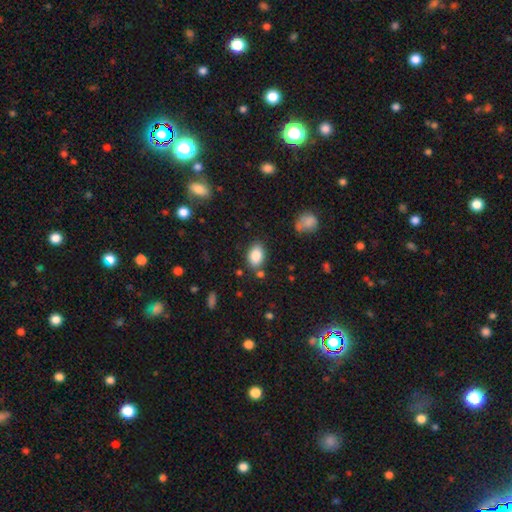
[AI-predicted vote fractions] Overall: smooth (85%). How rounded: in between (88%). Merging: none (79%).